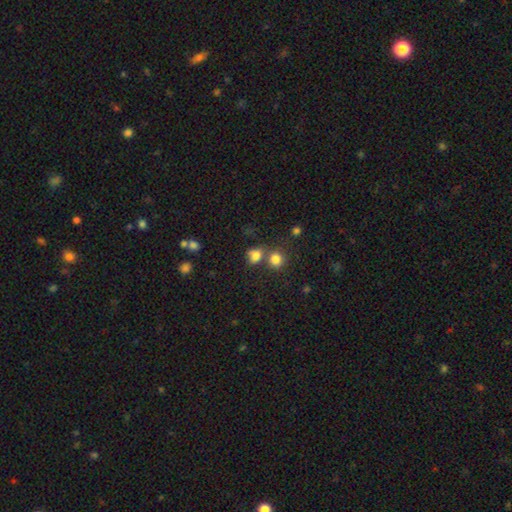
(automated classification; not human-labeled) This appears to be a smooth galaxy with no disk features (79%) that is round (59%). Merging: none (49%).